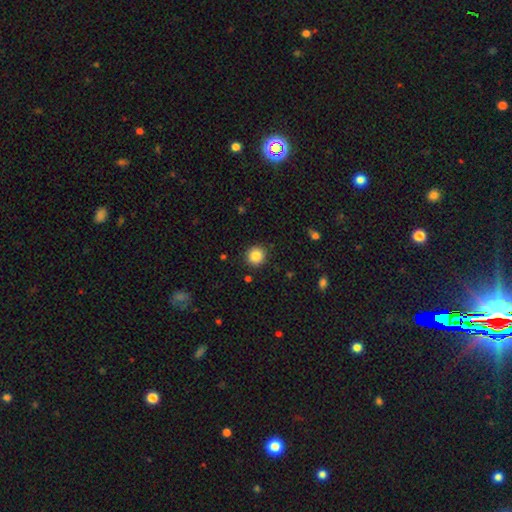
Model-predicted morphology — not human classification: This is clearly a smooth galaxy (85%). How rounded: clearly round (94%). Merging: clearly none (91%).